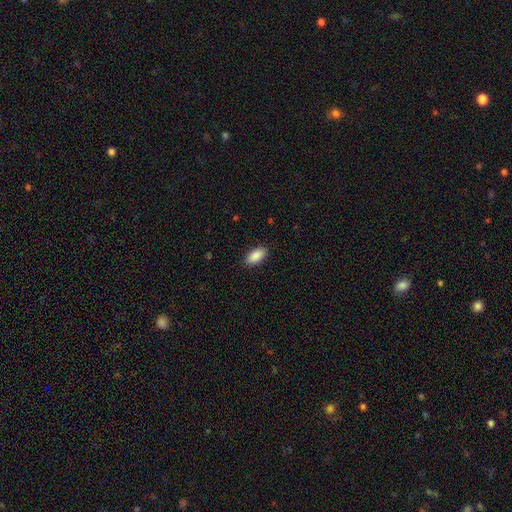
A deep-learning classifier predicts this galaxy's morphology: Smooth or featured: smooth — 90% (star or artifact — 6%)
How rounded: in between — 93% (cigar-shaped — 4%)
Merging: none — 88% (minor disturbance — 9%)